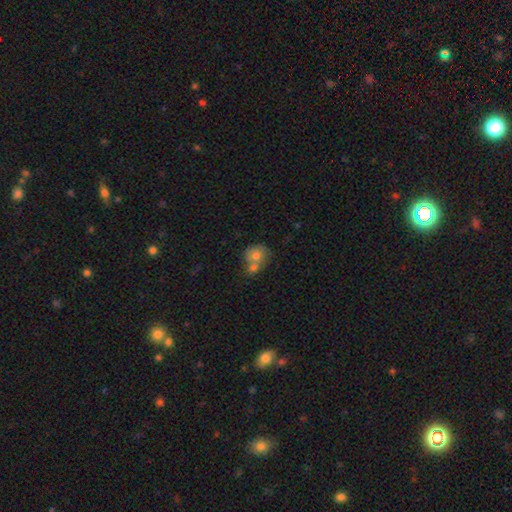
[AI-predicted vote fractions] Q: Smooth or featured?
A: smooth (72%); runner-up: featured or disk (19%)
Q: How rounded?
A: round (71%); runner-up: in between (28%)
Q: Merging?
A: merger (56%); runner-up: none (30%)